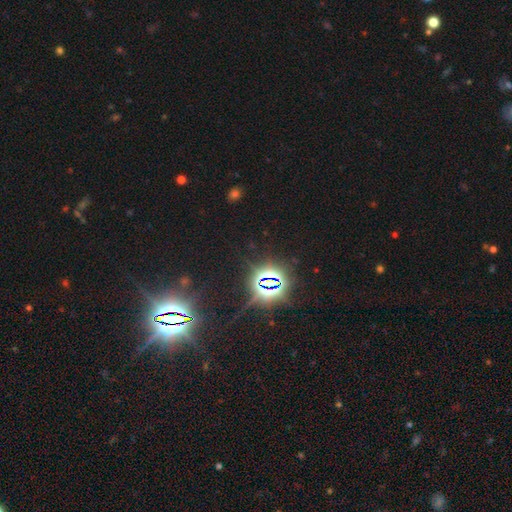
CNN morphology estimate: smooth-or-featured: star or artifact: 84% | smooth: 10% | featured or disk: 6%